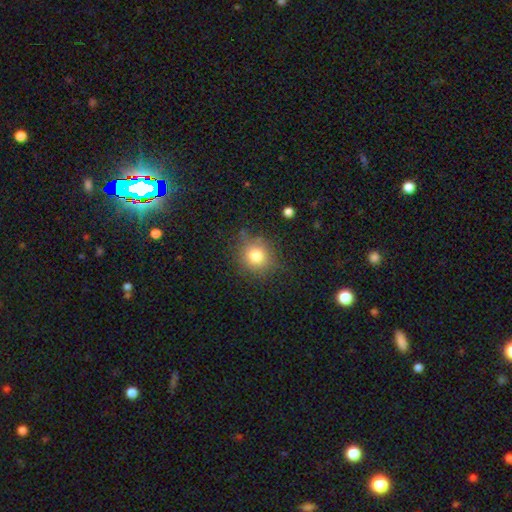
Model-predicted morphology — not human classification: Overall: smooth (79%). How rounded: round (86%). Merging: none (79%).